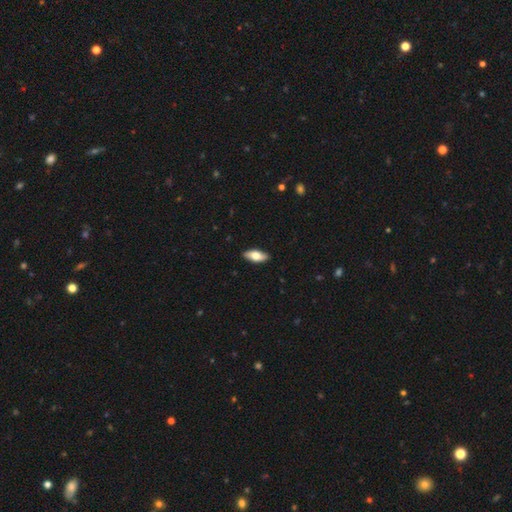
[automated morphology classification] Smooth or featured? Predicted: smooth (p=0.71). How rounded? Predicted: in between (p=0.82). Merging? Predicted: none (p=0.89).